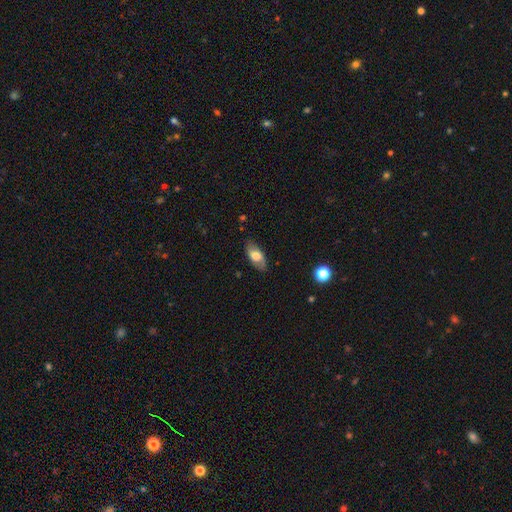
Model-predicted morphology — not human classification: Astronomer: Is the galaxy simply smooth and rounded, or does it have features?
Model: smooth — 68%.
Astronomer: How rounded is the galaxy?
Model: in between — 89%.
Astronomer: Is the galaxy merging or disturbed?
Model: none — 80%.